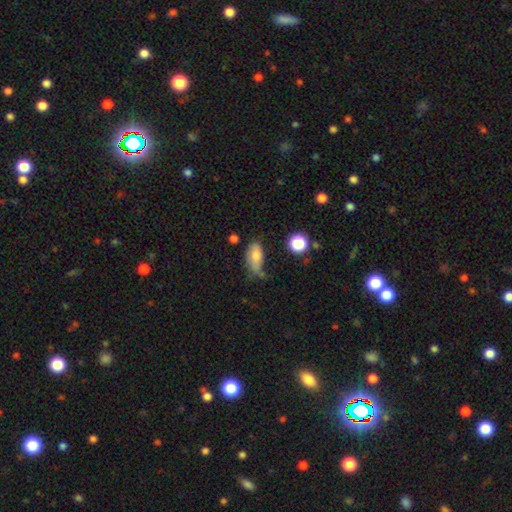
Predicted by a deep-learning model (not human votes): This is likely a smooth galaxy (72%). How rounded: clearly in between (87%). Merging: marginally none (37%).